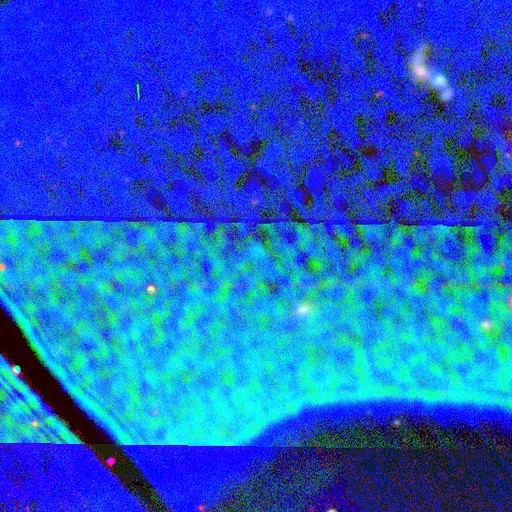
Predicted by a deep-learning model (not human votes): Smooth or featured? Predicted: star or artifact (p=0.85).